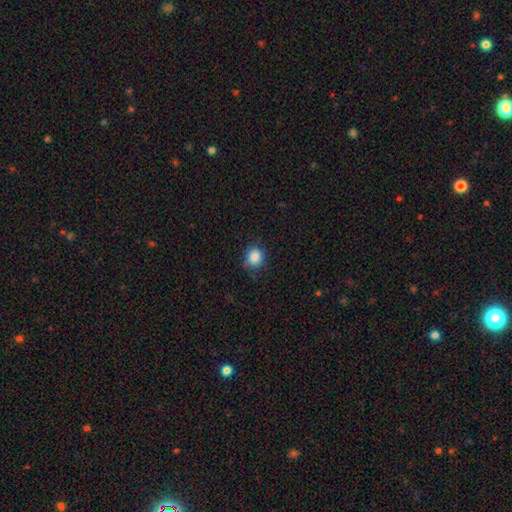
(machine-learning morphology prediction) A smooth galaxy with no disk features (86%) that is round (82%). Merging: none (75%).